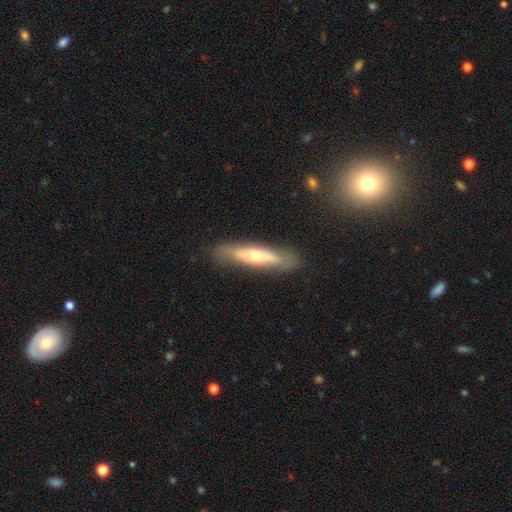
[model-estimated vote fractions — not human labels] Smooth or featured? Predicted: featured or disk (p=0.54). Edge-on disk? Predicted: yes (p=0.66). Merging? Predicted: none (p=0.82).